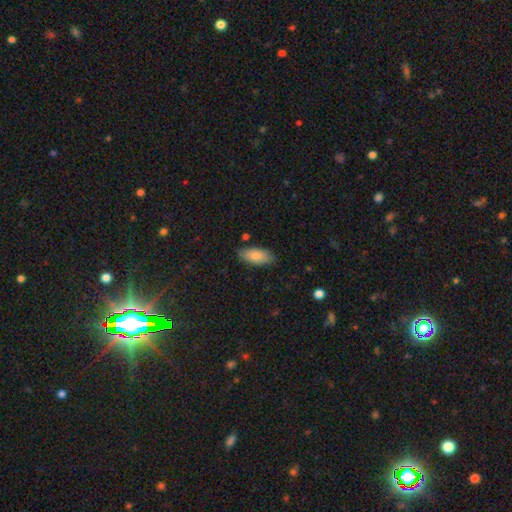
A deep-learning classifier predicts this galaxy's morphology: This appears to be a smooth galaxy with no disk features (81%) that is in between round and cigar-shaped (89%). Merging: none (80%).